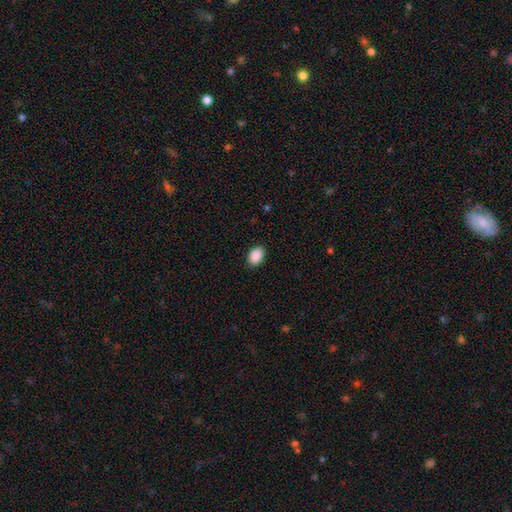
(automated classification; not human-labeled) A smooth galaxy with no disk features (90%) that is in between round and cigar-shaped (84%).

Vote fractions:
- Smooth or featured? smooth: 90% / star or artifact: 7% / featured or disk: 2%
- How rounded? in between: 84% / round: 15% / cigar-shaped: 1%
- Merging? none: 89% / minor disturbance: 8% / major disturbance: 2% / merger: 1%